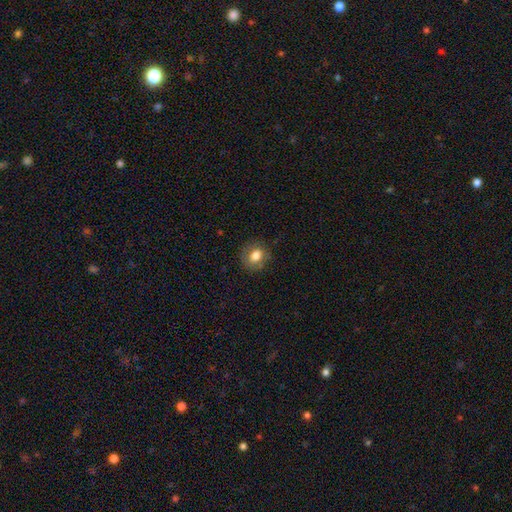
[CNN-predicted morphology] smooth-or-featured: smooth: 75% | featured or disk: 16% | star or artifact: 9%
  how-rounded: round: 68% | in between: 31% | cigar-shaped: 1%
  merging: none: 79% | minor disturbance: 15% | major disturbance: 5% | merger: 1%